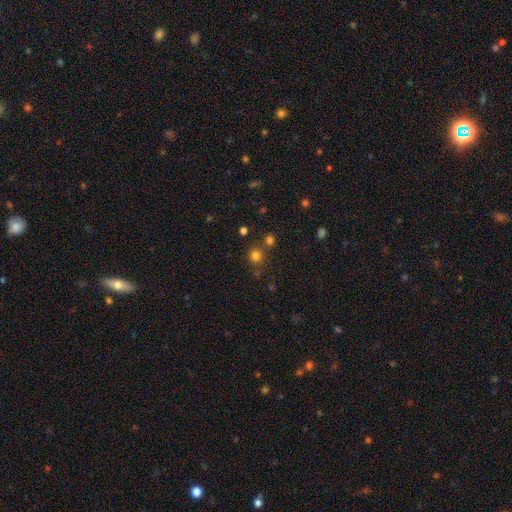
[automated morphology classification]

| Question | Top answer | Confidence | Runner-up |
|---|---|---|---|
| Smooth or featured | smooth | 76% | star or artifact (18%) |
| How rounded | round | 89% | in between (10%) |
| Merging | none | 72% | merger (15%) |